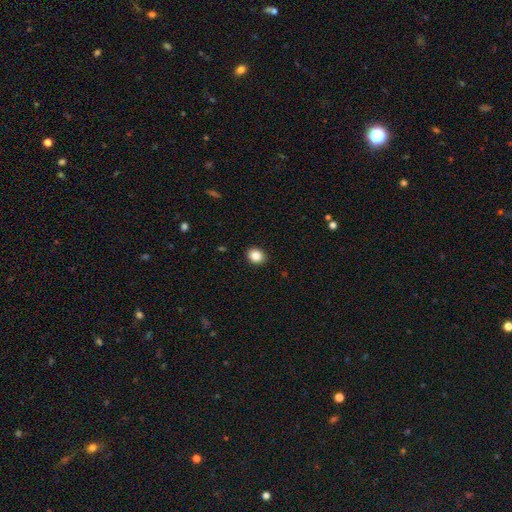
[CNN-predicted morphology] The model was most divided on "how rounded": round: 59%, in between: 40%, cigar-shaped: 1%. More confident: merging — none (91%); smooth or featured — smooth (85%).